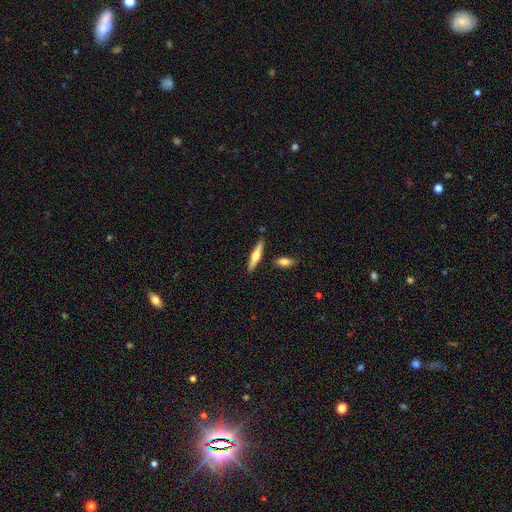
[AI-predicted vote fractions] A featured or disk galaxy (56%) viewed edge-on (96%) with a rounded central bulge (91%).

Vote fractions:
- Smooth or featured? featured or disk: 56% / smooth: 38% / star or artifact: 6%
- Edge-on disk? yes: 96% / no: 4%
- Edge-on bulge? rounded: 91% / boxy: 6% / none: 4%
- Merging? none: 83% / minor disturbance: 9% / merger: 6% / major disturbance: 2%